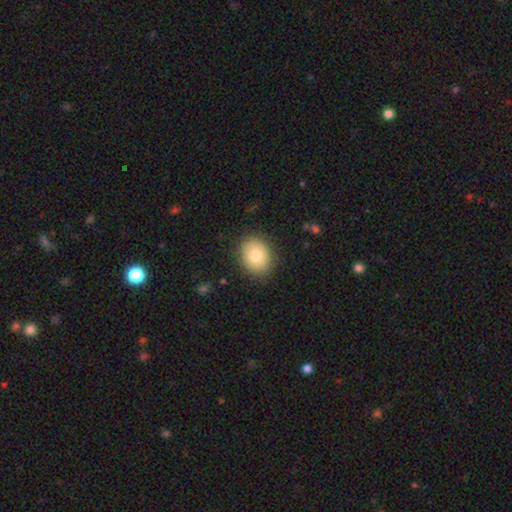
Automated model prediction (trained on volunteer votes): smooth_or_featured: smooth (p=0.80) [alt: featured or disk p=0.12]
how_rounded: round (p=0.54) [alt: in between p=0.45]
merging: none (p=0.86) [alt: minor disturbance p=0.10]